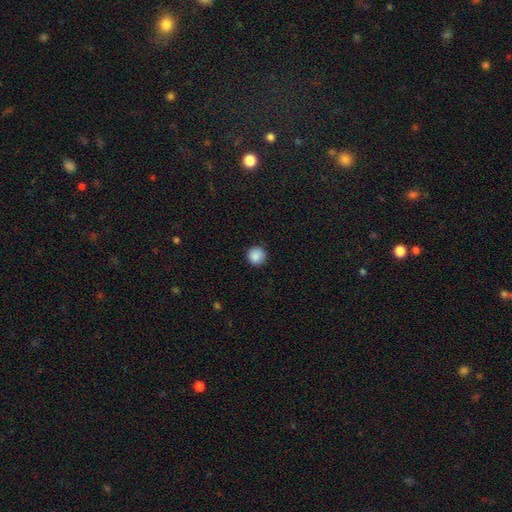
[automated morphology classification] Q: Smooth or featured?
A: smooth (88%); runner-up: star or artifact (9%)
Q: How rounded?
A: round (95%); runner-up: in between (4%)
Q: Merging?
A: none (91%); runner-up: minor disturbance (6%)